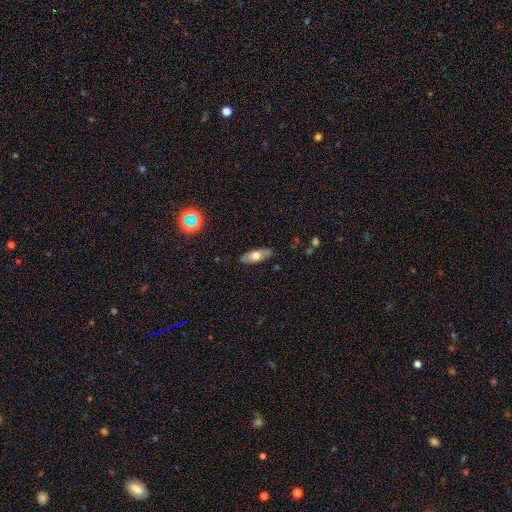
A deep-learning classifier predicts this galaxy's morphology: Q: Smooth or featured?
A: smooth (61%); runner-up: featured or disk (31%)
Q: How rounded?
A: in between (72%); runner-up: cigar-shaped (24%)
Q: Merging?
A: none (83%); runner-up: minor disturbance (13%)